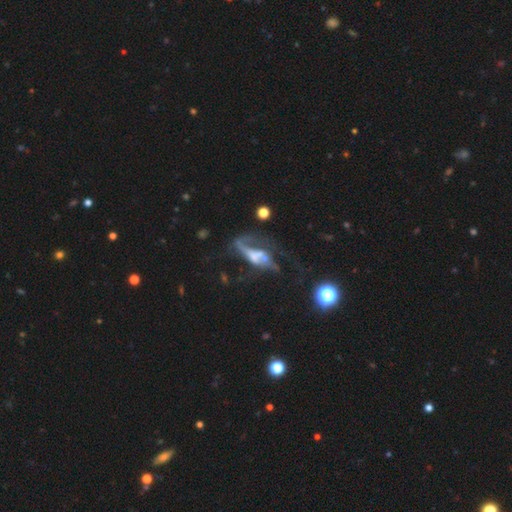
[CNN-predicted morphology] Smooth or featured?
  - featured or disk: 62% *
  - smooth: 23%
  - star or artifact: 14%
Edge-on disk?
  - no: 79% *
  - yes: 21%
Merging?
  - major disturbance: 44% *
  - merger: 22%
  - none: 21%
  - minor disturbance: 13%